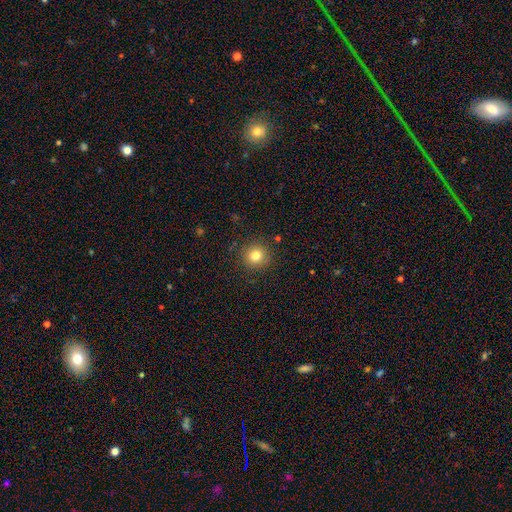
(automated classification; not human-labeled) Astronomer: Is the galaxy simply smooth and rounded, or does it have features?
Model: smooth — 81%.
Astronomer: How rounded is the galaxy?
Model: round — 94%.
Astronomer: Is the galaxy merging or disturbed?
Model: none — 90%.